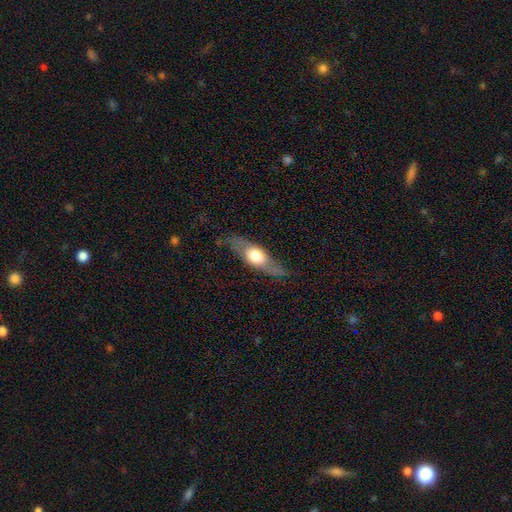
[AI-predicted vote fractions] Smooth or featured? featured or disk (52%)
Edge-on disk? yes (65%)
Merging? none (75%)